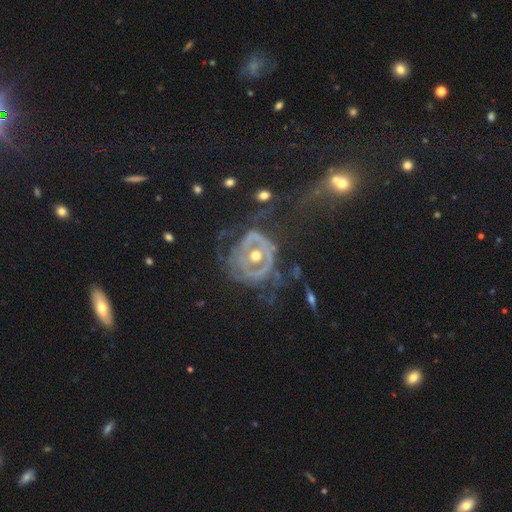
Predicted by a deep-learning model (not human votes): smooth-or-featured: featured or disk: 80% | smooth: 12% | star or artifact: 8%
  disk-edge-on: no: 96% | yes: 4%
    bar: no: 67% | weak: 22% | strong: 11%
    has-spiral-arms: yes: 61% | no: 39%
    bulge-size: moderate: 73% | small: 19% | large: 6% | none: 1% | dominant: 1%
  merging: none: 40% | major disturbance: 36% | minor disturbance: 19% | merger: 5%